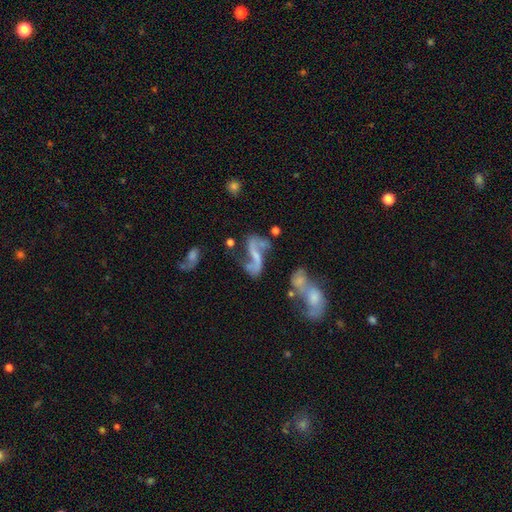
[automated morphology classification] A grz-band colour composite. It shows a featured or disk galaxy (81%) with a weak bar (39%), 2 (90%) loose (81%) spiral arms (91%) and no central bulge (51%). Merging: none (44%).